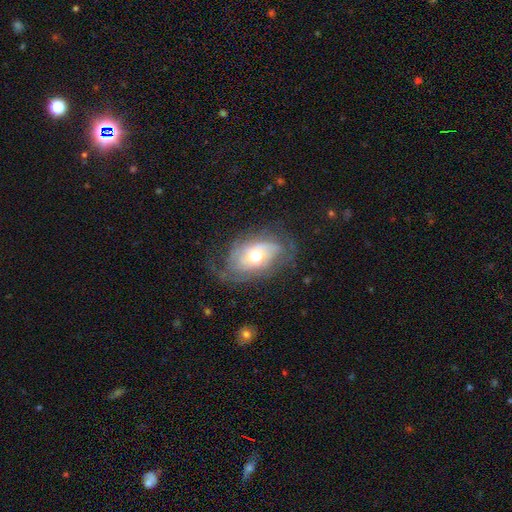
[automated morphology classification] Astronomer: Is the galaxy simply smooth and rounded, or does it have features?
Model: featured or disk — 68%.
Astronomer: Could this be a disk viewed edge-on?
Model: no — 94%.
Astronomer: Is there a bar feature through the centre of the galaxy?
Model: no — 77%.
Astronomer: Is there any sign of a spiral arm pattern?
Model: yes — 78%.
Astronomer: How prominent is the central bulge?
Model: moderate — 70%.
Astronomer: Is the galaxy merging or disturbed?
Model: none — 59%.